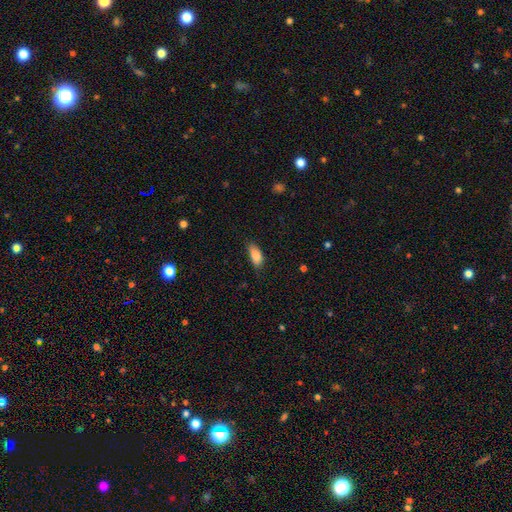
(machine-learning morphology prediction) This appears to be a smooth galaxy with no disk features (86%) that is in between round and cigar-shaped (87%). Merging: none (68%).